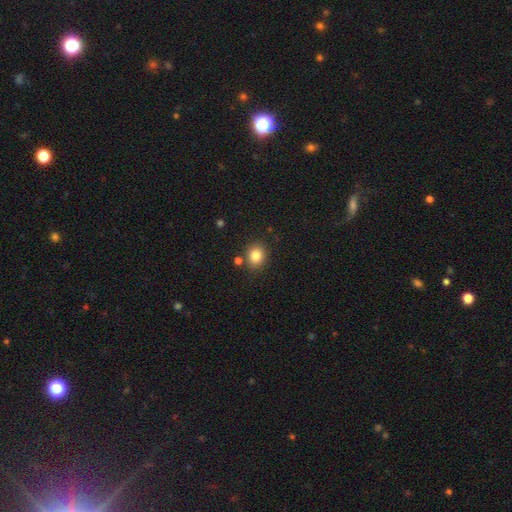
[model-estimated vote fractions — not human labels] This appears to be a smooth galaxy with no disk features (83%) that is round (66%). Merging: none (82%).